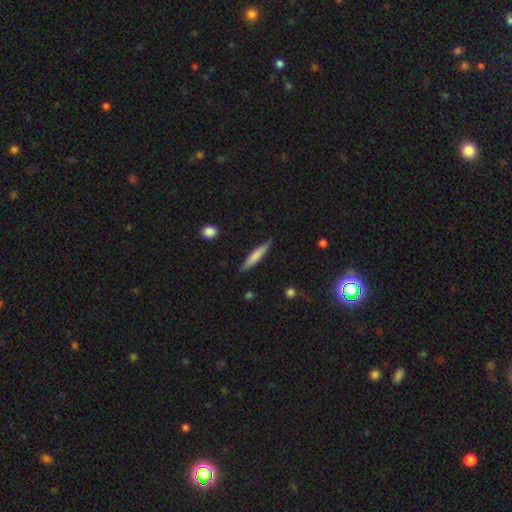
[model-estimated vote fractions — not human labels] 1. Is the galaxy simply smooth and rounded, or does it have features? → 70% smooth, 25% featured or disk, 6% star or artifact.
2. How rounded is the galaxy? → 90% cigar-shaped, 9% in between, 1% round.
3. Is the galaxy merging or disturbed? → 86% none, 10% minor disturbance, 2% major disturbance, 1% merger.